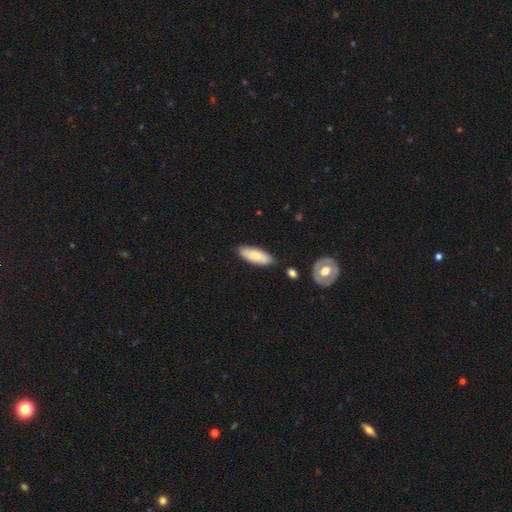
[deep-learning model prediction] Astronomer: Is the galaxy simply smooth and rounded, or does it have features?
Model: smooth — 80%.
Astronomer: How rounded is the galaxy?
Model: in between — 67%.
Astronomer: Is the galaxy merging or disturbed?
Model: none — 80%.